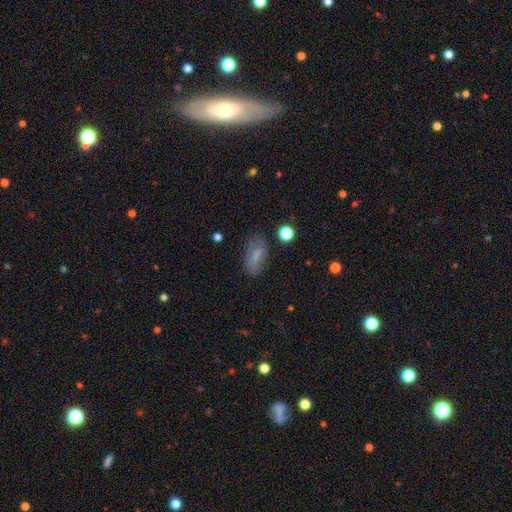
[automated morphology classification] type=smooth (68%); roundness=in between (87%); merging=none (69%).